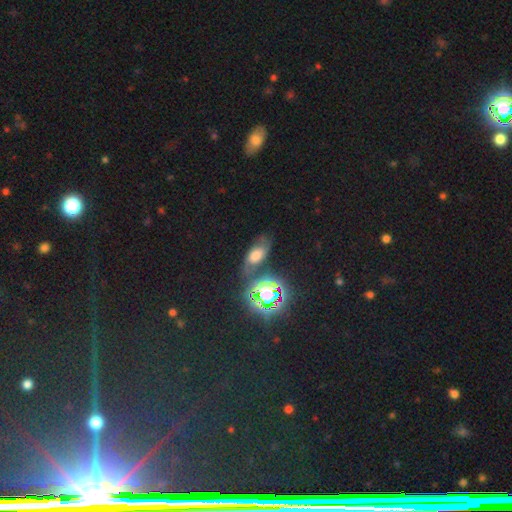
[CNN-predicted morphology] Smooth or featured?
  - smooth: 41% *
  - star or artifact: 33%
  - featured or disk: 26%
Merging?
  - none: 59% *
  - minor disturbance: 20%
  - major disturbance: 11%
  - merger: 10%